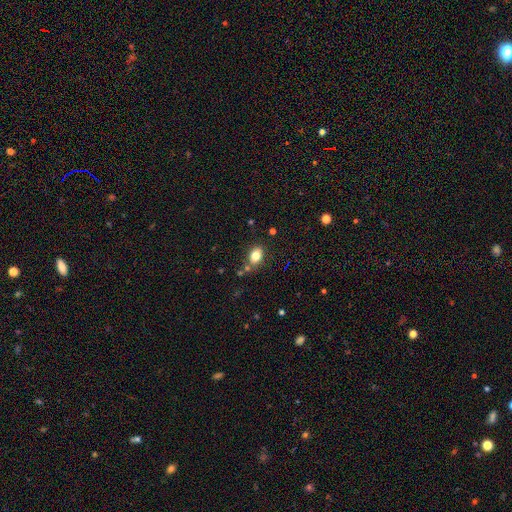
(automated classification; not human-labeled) Morphology: type=smooth (81%); roundness=in between (75%); merging=none (73%).